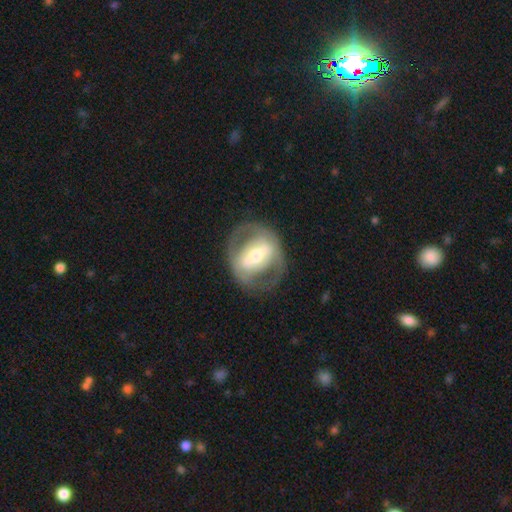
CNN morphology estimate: This appears to be a featured or disk galaxy (69%) with a strong bar (56%), no spiral arms (63%) and a moderate central bulge (56%). Merging: none (71%).